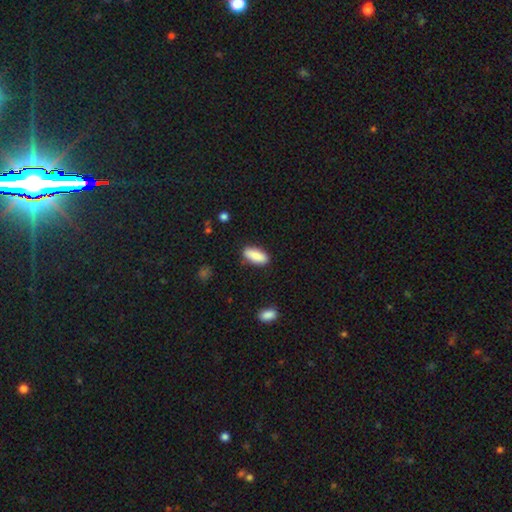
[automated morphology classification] smooth 87%, featured or disk 7%, star or artifact 6%. Down the decision tree: how rounded — in between (76%); merging — none (86%).